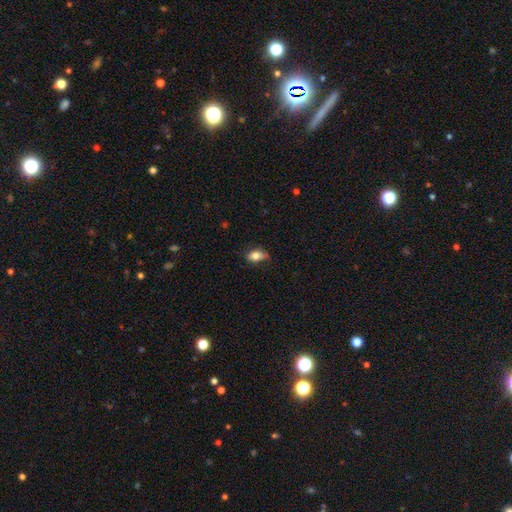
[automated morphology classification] smooth_or_featured: smooth (p=0.79) [alt: featured or disk p=0.13]
how_rounded: in between (p=0.88) [alt: round p=0.08]
merging: none (p=0.61) [alt: minor disturbance p=0.30]